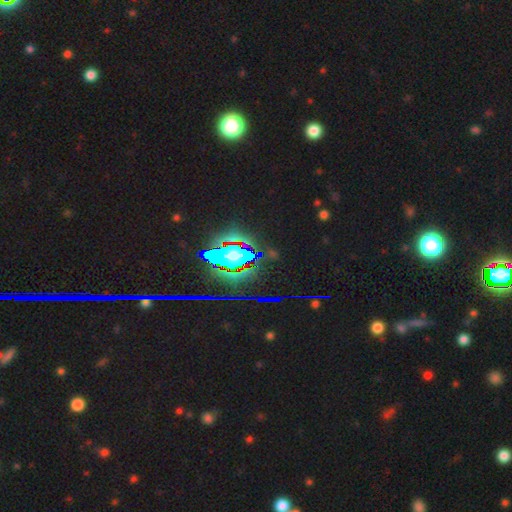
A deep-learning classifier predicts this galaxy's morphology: Smooth or featured?
  - star or artifact: 81% *
  - smooth: 10%
  - featured or disk: 9%